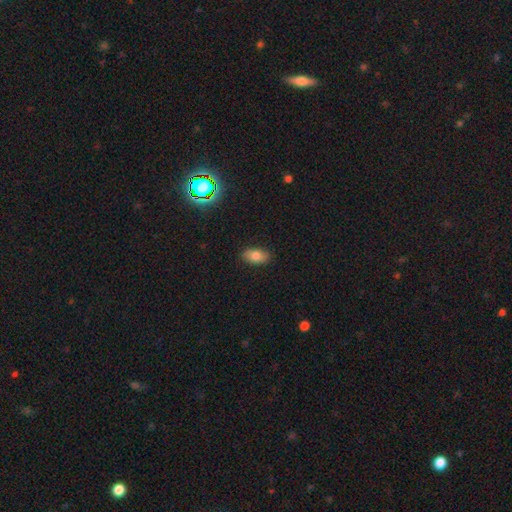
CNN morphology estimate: A smooth galaxy with no disk features (79%) that is in between round and cigar-shaped (91%).

Vote fractions:
- Smooth or featured? smooth: 79% / featured or disk: 11% / star or artifact: 9%
- How rounded? in between: 91% / round: 6% / cigar-shaped: 3%
- Merging? none: 87% / minor disturbance: 9% / major disturbance: 2% / merger: 1%